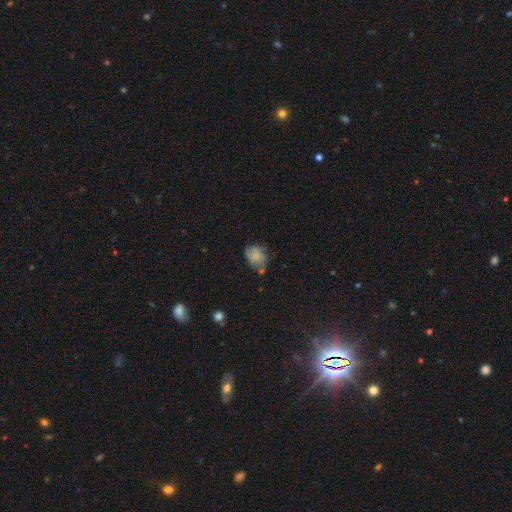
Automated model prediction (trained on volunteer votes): Smooth or featured?
  - smooth: 53% *
  - featured or disk: 37%
  - star or artifact: 10%
How rounded?
  - in between: 54% *
  - round: 44%
  - cigar-shaped: 1%
Merging?
  - none: 53% *
  - minor disturbance: 28%
  - major disturbance: 12%
  - merger: 7%